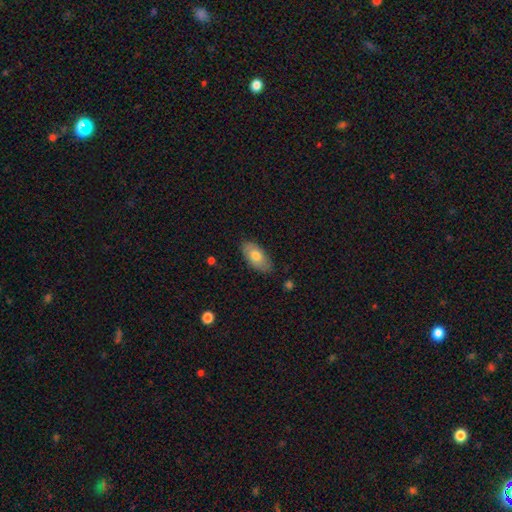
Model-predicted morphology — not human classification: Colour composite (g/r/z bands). It shows a smooth galaxy with no disk features (75%) that is in between round and cigar-shaped (93%). Merging: none (82%).